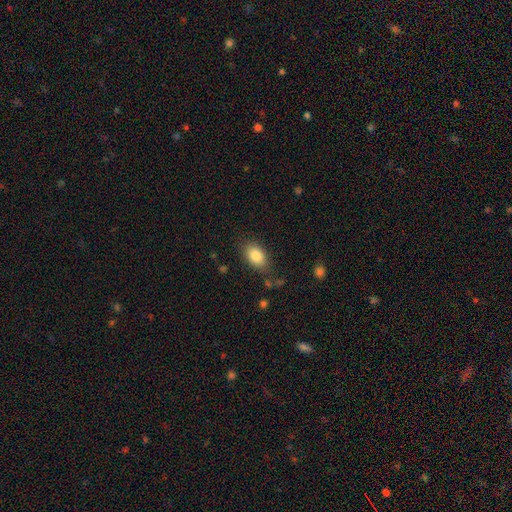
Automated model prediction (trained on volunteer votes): Smooth or featured?
  - smooth: 85% *
  - star or artifact: 8%
  - featured or disk: 7%
How rounded?
  - in between: 87% *
  - round: 11%
  - cigar-shaped: 2%
Merging?
  - none: 80% *
  - minor disturbance: 14%
  - major disturbance: 4%
  - merger: 2%